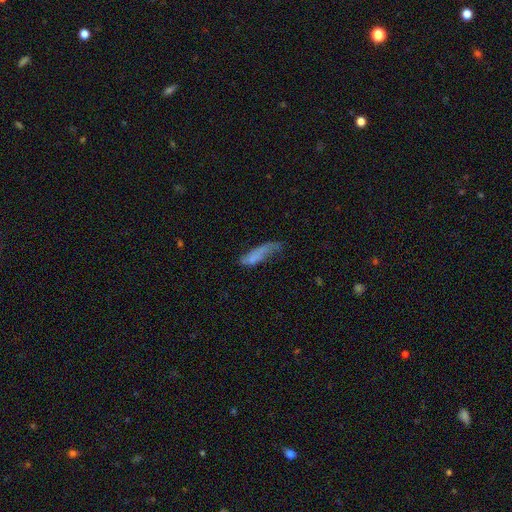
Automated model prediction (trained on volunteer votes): Q: Smooth or featured?
A: smooth (64%); runner-up: featured or disk (27%)
Q: How rounded?
A: cigar-shaped (58%); runner-up: in between (40%)
Q: Merging?
A: none (34%); runner-up: minor disturbance (31%)